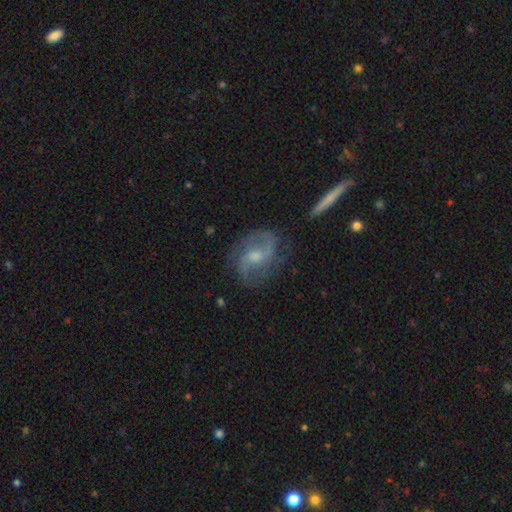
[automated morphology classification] Smooth or featured? featured or disk (82%)
Edge-on disk? no (96%)
Bar? weak (48%)
Spiral arms? yes (95%)
Spiral winding? medium (51%)
Spiral arm count? 2 (83%)
Bulge size? moderate (54%)
Merging? none (75%)